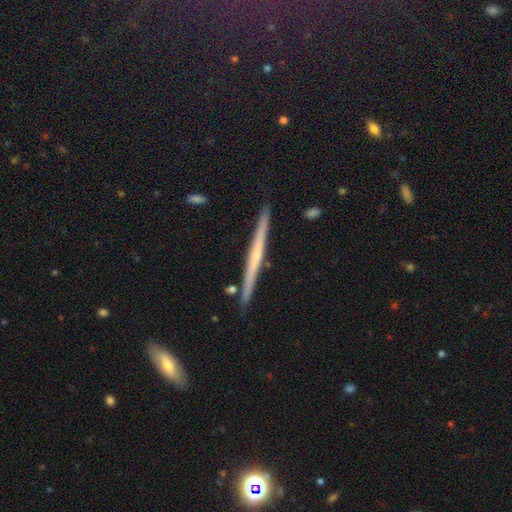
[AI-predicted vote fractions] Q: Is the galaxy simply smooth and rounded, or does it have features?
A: featured or disk — 67%.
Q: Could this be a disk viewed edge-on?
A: yes — 98%.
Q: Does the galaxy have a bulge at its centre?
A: none — 60%.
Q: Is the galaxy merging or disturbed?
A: none — 89%.